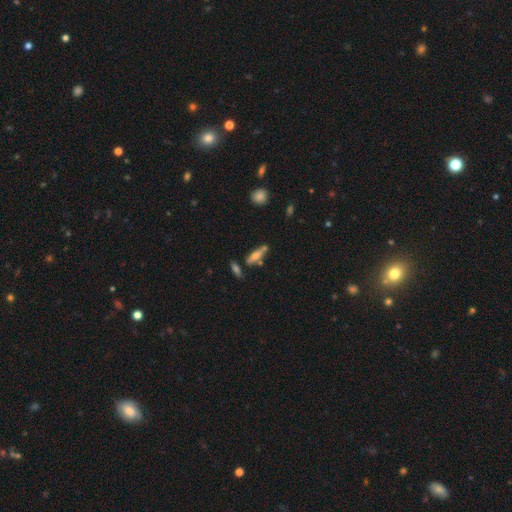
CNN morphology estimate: This is possibly a smooth galaxy (55%). How rounded: possibly cigar-shaped (57%). Merging: possibly none (59%).